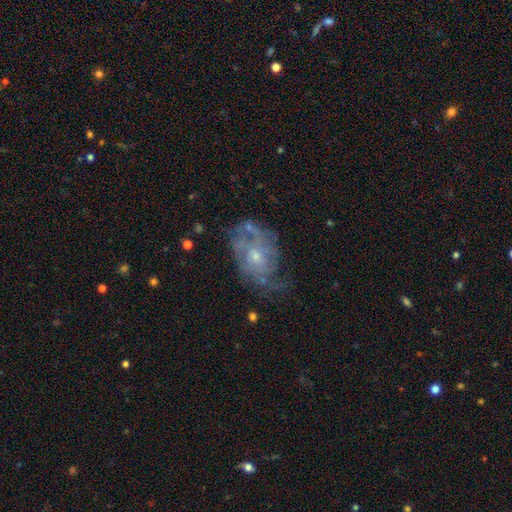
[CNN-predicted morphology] A featured or disk galaxy (77%) with no bar (72%), medium (41%) spiral arms (80%) and a small central bulge (68%). Merging: none (49%).